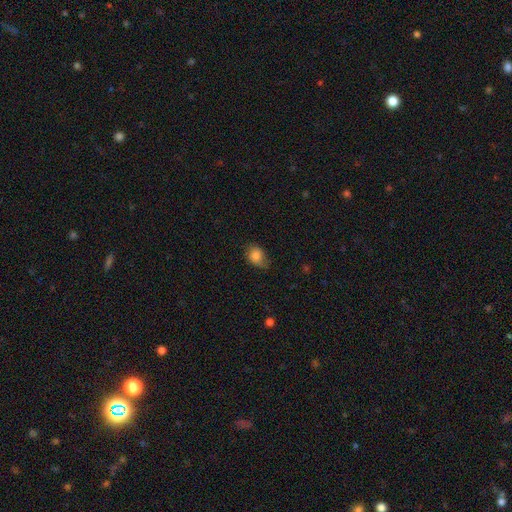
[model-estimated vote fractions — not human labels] This appears to be a smooth galaxy with no disk features (83%) that is in between round and cigar-shaped (59%). Merging: none (58%).